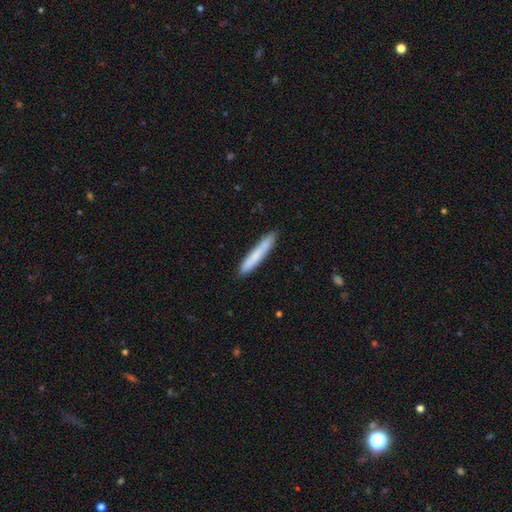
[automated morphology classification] smooth 77%, featured or disk 17%, star or artifact 6%. Down the decision tree: how rounded — cigar-shaped (95%); merging — none (88%).